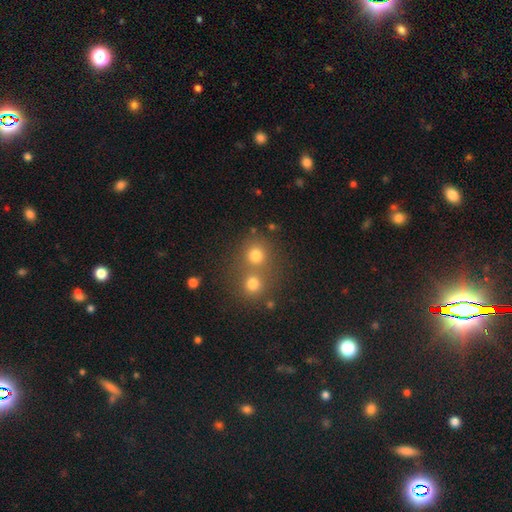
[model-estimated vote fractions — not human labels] Q: Smooth or featured?
A: smooth (75%); runner-up: star or artifact (16%)
Q: How rounded?
A: round (87%); runner-up: in between (12%)
Q: Merging?
A: none (53%); runner-up: merger (38%)